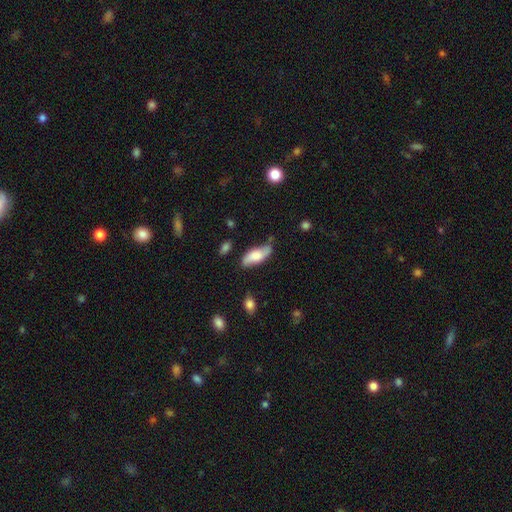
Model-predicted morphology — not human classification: smooth 60%, featured or disk 33%, star or artifact 7%. Down the decision tree: how rounded — in between (80%); merging — none (65%).